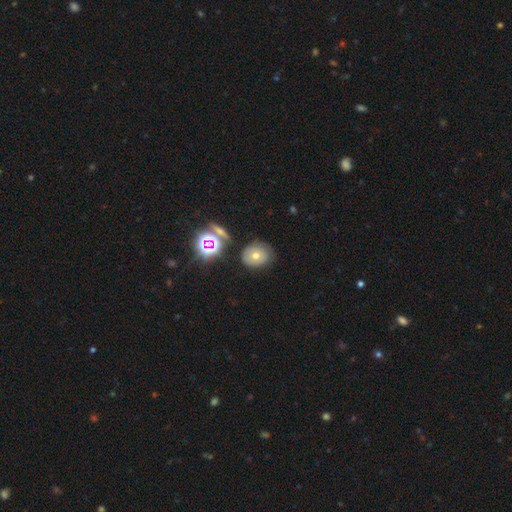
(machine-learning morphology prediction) A smooth galaxy with no disk features (46%).

Vote fractions:
- Smooth or featured? smooth: 46% / featured or disk: 29% / star or artifact: 25%
- Merging? none: 78% / minor disturbance: 14% / major disturbance: 5% / merger: 4%